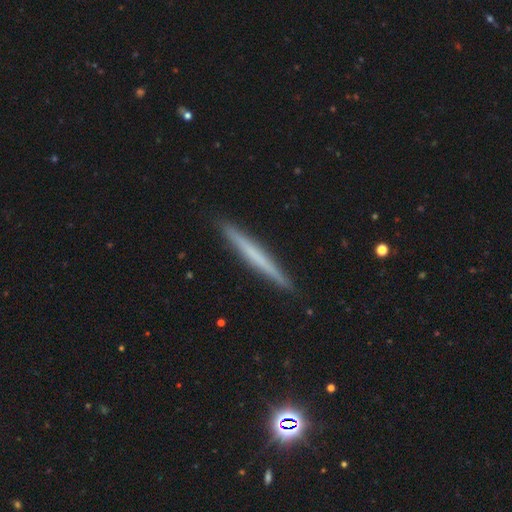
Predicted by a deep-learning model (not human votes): Smooth or featured: smooth — 48% (featured or disk — 46%)
Merging: none — 92% (minor disturbance — 6%)